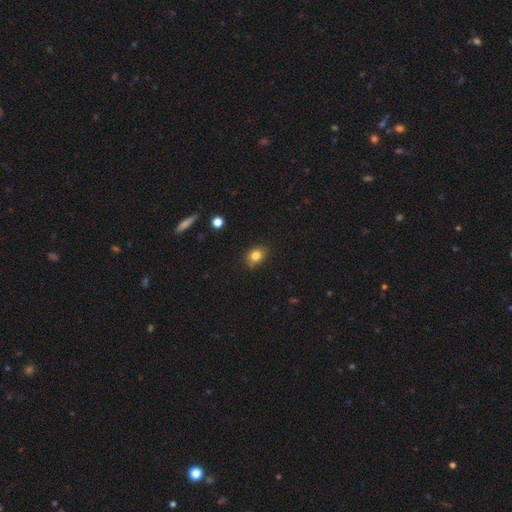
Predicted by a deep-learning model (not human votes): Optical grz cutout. It shows a smooth galaxy with no disk features (82%) that is in between round and cigar-shaped (50%). Merging: none (78%).